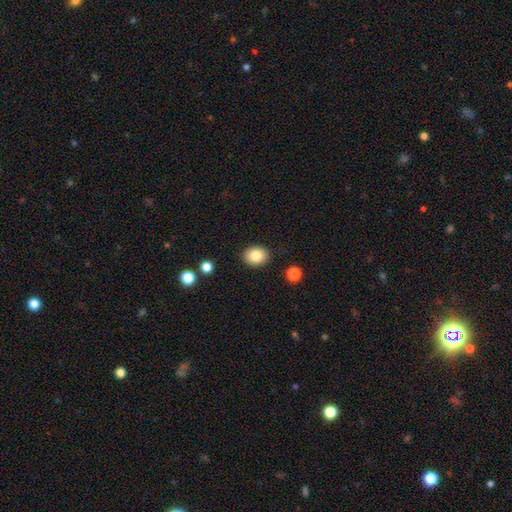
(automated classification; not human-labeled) smooth 84%, star or artifact 9%, featured or disk 7%. Down the decision tree: how rounded — round (54%); merging — none (89%).